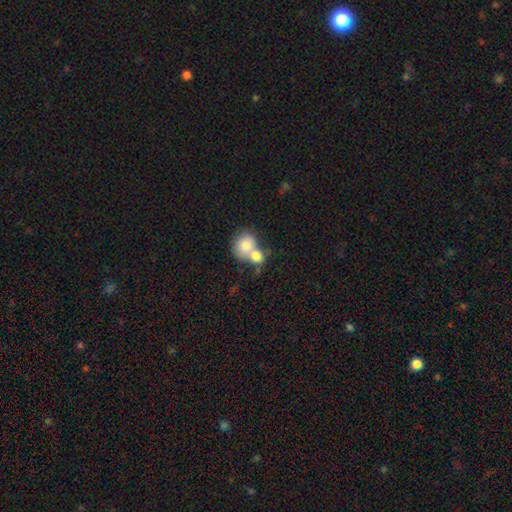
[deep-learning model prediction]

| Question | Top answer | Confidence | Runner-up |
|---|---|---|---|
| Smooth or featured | smooth | 77% | featured or disk (15%) |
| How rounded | round | 69% | in between (30%) |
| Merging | merger | 66% | none (23%) |